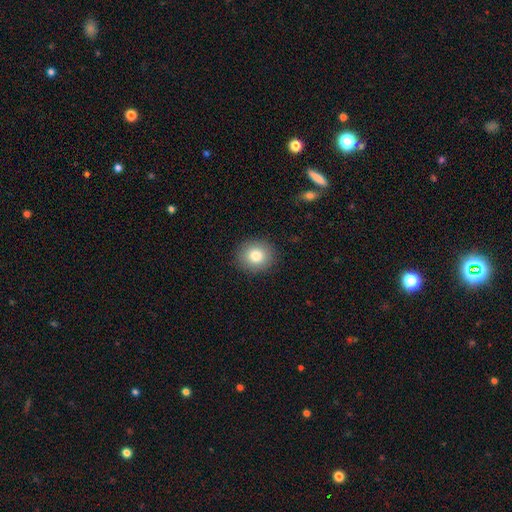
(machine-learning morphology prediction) Smooth or featured: smooth — 81% (star or artifact — 10%)
How rounded: round — 81% (in between — 18%)
Merging: none — 90% (minor disturbance — 7%)